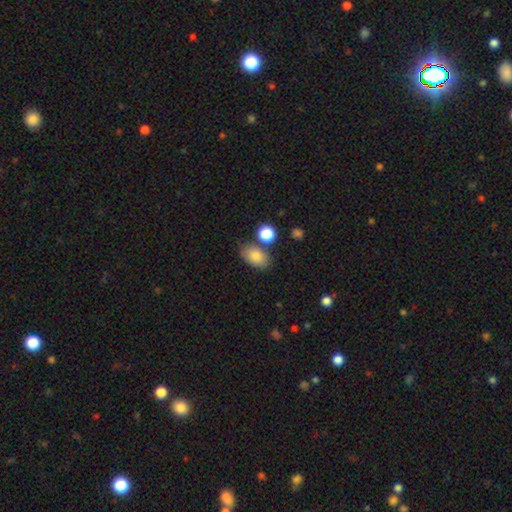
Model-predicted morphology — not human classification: Smooth or featured: smooth — 82% (featured or disk — 10%)
How rounded: in between — 88% (round — 10%)
Merging: none — 71% (minor disturbance — 14%)